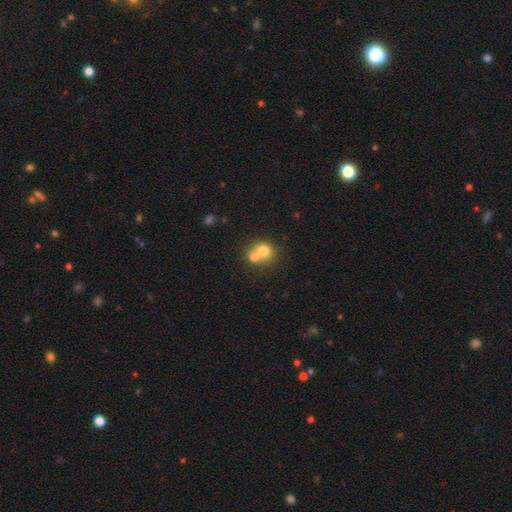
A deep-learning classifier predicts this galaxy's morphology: Smooth or featured? smooth (68%)
How rounded? round (76%)
Merging? merger (61%)